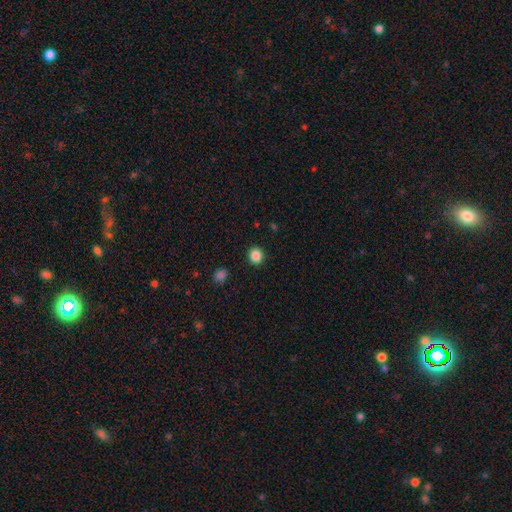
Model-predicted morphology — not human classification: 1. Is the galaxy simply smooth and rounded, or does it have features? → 86% smooth, 10% star or artifact, 3% featured or disk.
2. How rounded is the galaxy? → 81% round, 18% in between, 1% cigar-shaped.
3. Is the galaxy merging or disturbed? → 91% none, 6% minor disturbance, 2% major disturbance, 1% merger.